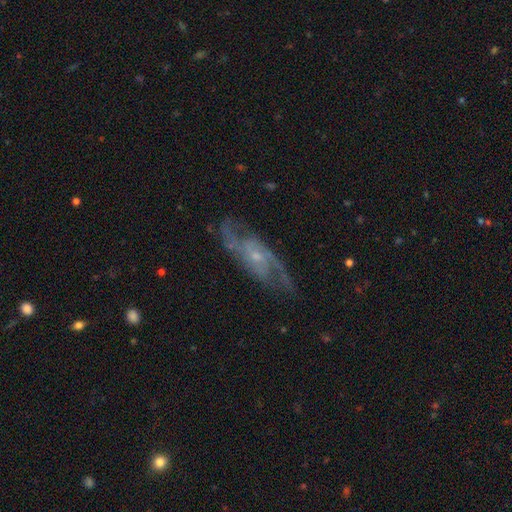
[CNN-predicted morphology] Overall: featured or disk (85%). Edge-on disk: no (88%). Bar: no (60%; weak 33%). Spiral arms: yes (93%). Spiral arm count: 2 (71%). Spiral winding: medium (50%; loose 28%). Bulge size: small (66%; moderate 27%). Merging: none (72%).